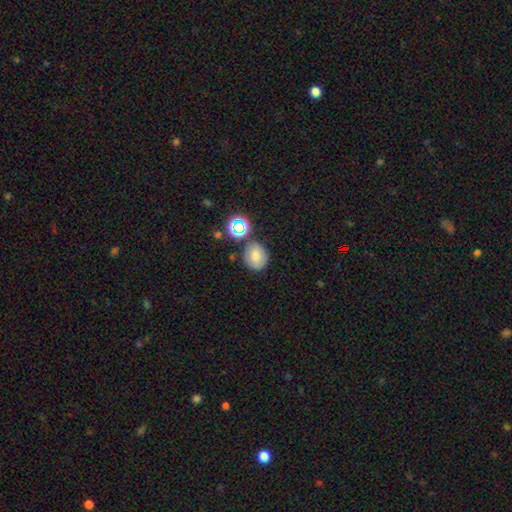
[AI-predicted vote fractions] This is likely a smooth galaxy (66%). How rounded: likely round (65%). Merging: likely none (77%).